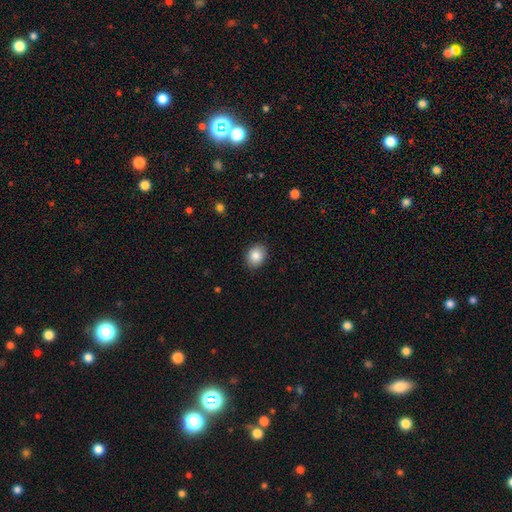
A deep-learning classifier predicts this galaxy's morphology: The model was most divided on "how rounded": in between: 50%, round: 49%, cigar-shaped: 1%. More confident: merging — none (88%); smooth or featured — smooth (86%).